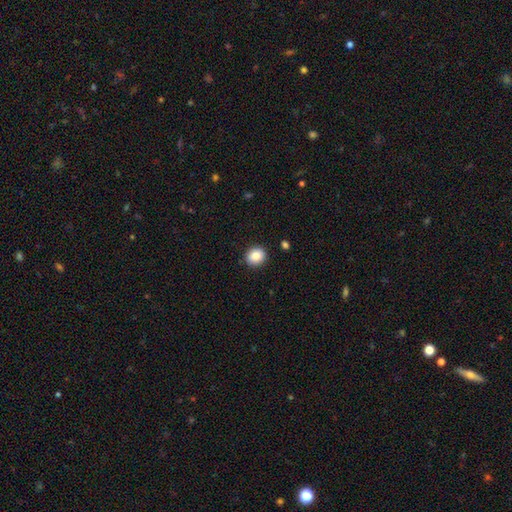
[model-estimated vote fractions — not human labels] A smooth galaxy with no disk features (86%) that is round (83%). Merging: none (90%).